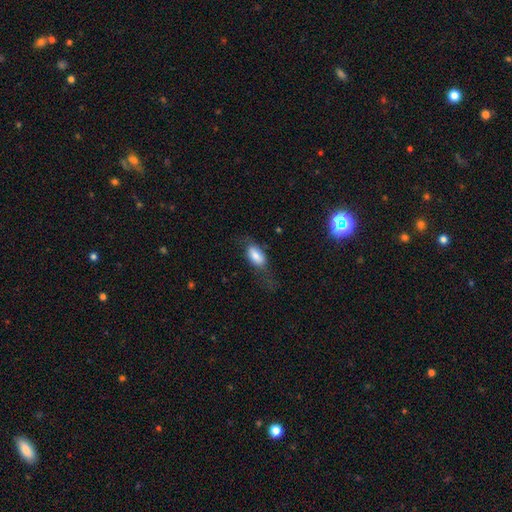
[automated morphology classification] Smooth or featured? Predicted: smooth (p=0.73). How rounded? Predicted: in between (p=0.87). Merging? Predicted: none (p=0.50).